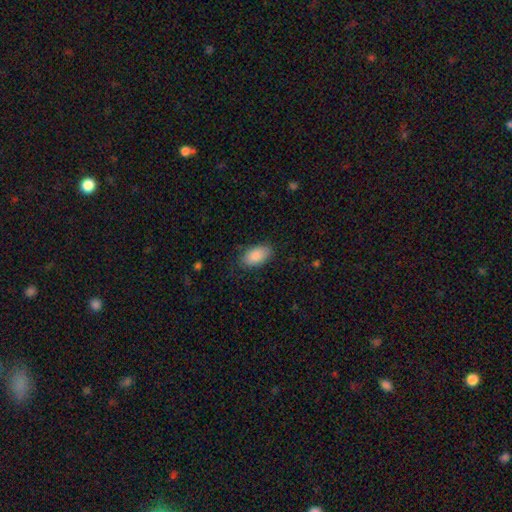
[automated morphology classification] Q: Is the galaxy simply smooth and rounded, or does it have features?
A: smooth — 88%.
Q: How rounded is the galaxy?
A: in between — 94%.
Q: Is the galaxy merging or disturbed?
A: none — 81%.